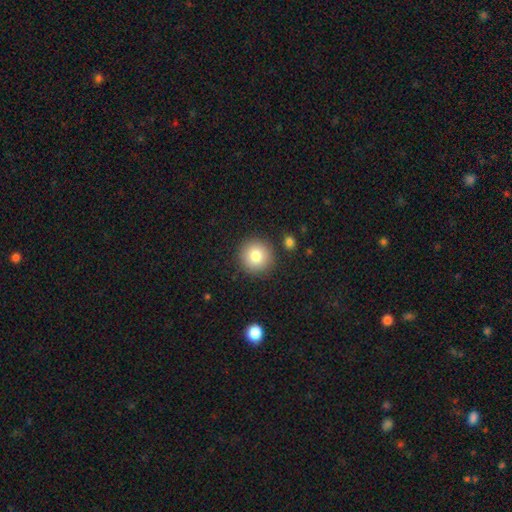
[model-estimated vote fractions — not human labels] A smooth galaxy with no disk features (82%) that is round (95%).

Vote fractions:
- Smooth or featured? smooth: 82% / star or artifact: 10% / featured or disk: 9%
- How rounded? round: 95% / in between: 4% / cigar-shaped: 1%
- Merging? none: 88% / minor disturbance: 7% / merger: 3% / major disturbance: 2%